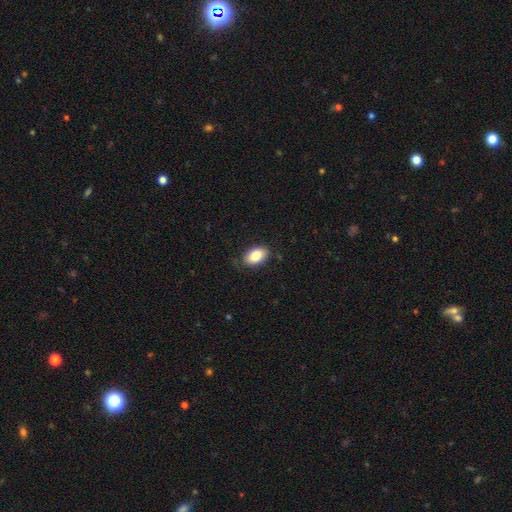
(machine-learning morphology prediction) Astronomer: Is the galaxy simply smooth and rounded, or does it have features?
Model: smooth — 84%.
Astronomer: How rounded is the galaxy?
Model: in between — 90%.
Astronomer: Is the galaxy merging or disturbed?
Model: none — 82%.